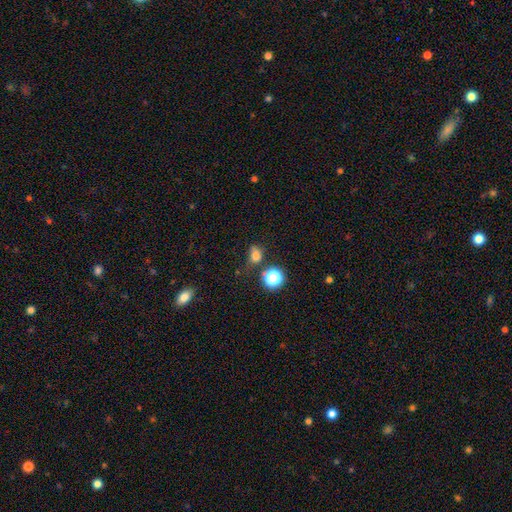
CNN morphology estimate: Overall: smooth (74%). How rounded: in between (52%; round 46%). Merging: none (56%; minor disturbance 23%).